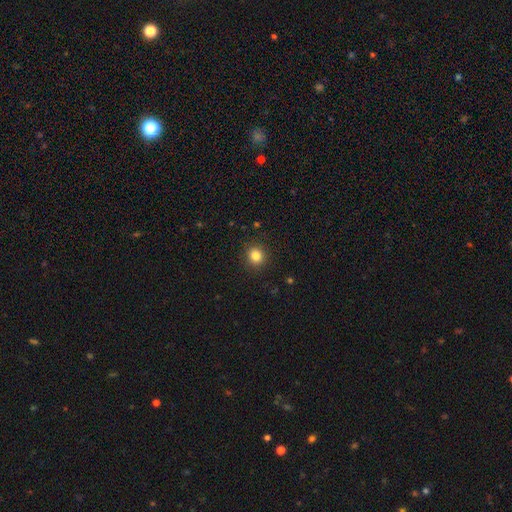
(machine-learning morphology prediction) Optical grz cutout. It shows a smooth galaxy with no disk features (83%) that is round (89%). Merging: none (91%).